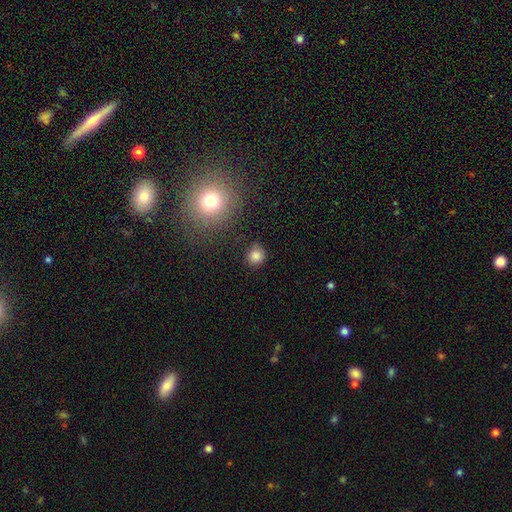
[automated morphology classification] Q: Smooth or featured?
A: smooth (83%); runner-up: star or artifact (12%)
Q: How rounded?
A: round (87%); runner-up: in between (12%)
Q: Merging?
A: none (81%); runner-up: minor disturbance (12%)